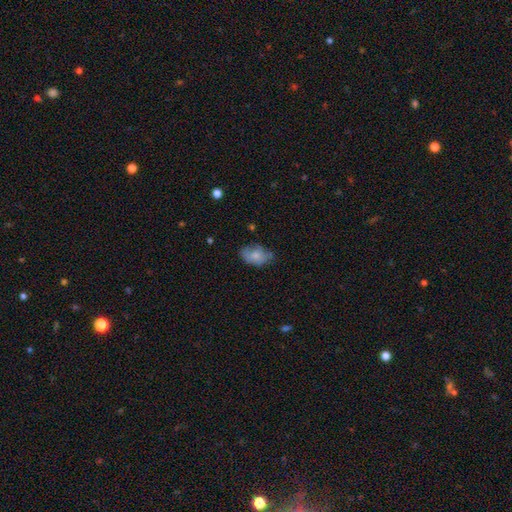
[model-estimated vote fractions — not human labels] smooth_or_featured: smooth (p=0.71) [alt: featured or disk p=0.21]
how_rounded: in between (p=0.86) [alt: round p=0.12]
merging: none (p=0.53) [alt: minor disturbance p=0.34]